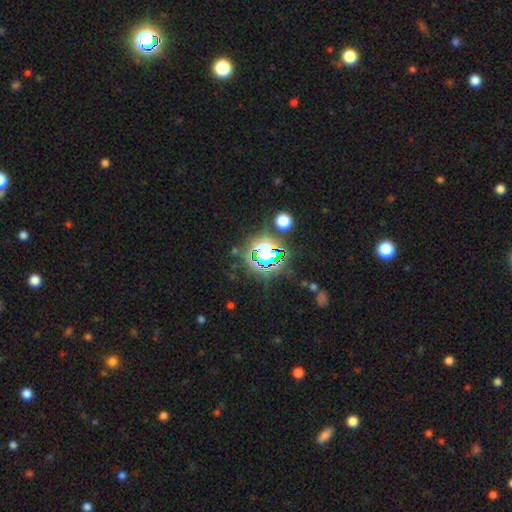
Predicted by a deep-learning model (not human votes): Overall: star or artifact (81%).